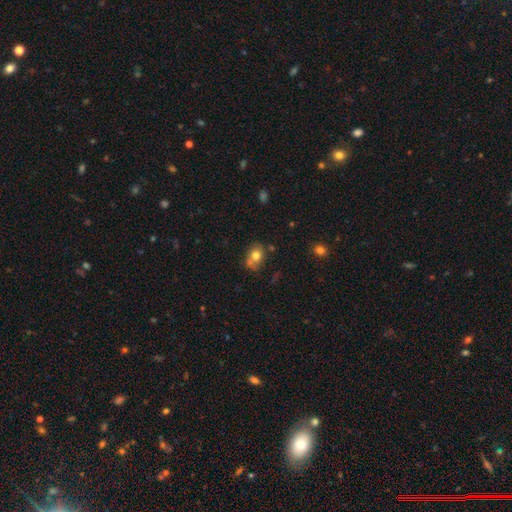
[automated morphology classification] smooth_or_featured: smooth (p=0.76) [alt: featured or disk p=0.13]
how_rounded: round (p=0.51) [alt: in between p=0.47]
merging: none (p=0.57) [alt: minor disturbance p=0.19]